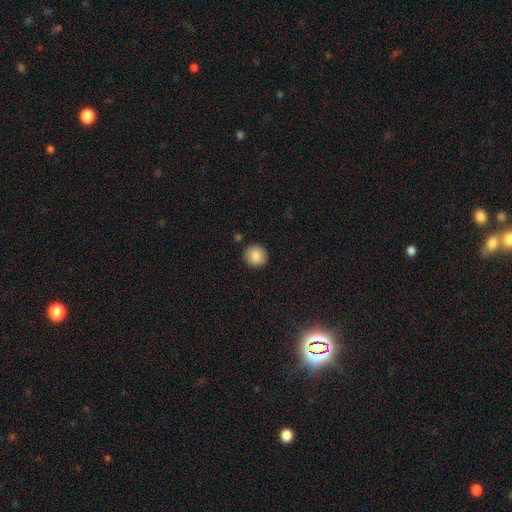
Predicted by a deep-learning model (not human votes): smooth 86%, star or artifact 8%, featured or disk 5%. Down the decision tree: how rounded — round (91%); merging — none (91%).